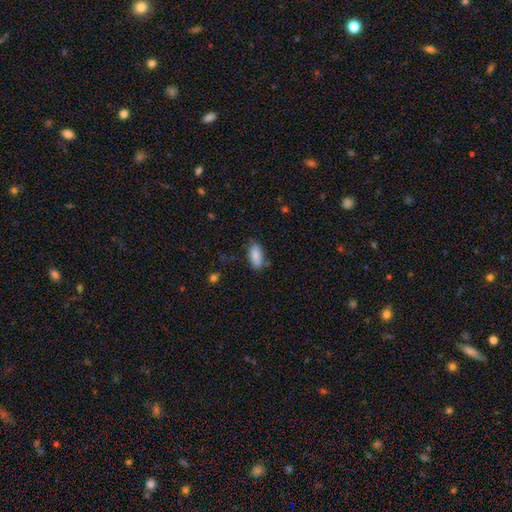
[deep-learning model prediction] This appears to be a smooth galaxy with no disk features (87%) that is in between round and cigar-shaped (86%). Merging: none (72%).